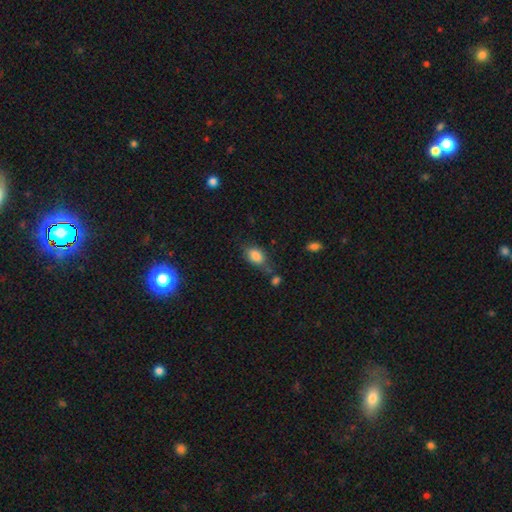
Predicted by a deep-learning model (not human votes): Morphology: type=smooth (84%); roundness=in between (86%); merging=none (55%).